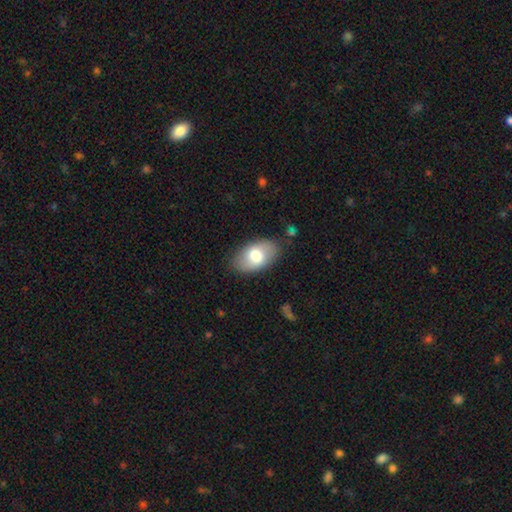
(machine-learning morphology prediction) A smooth galaxy with no disk features (71%) that is in between round and cigar-shaped (93%). Merging: none (83%).